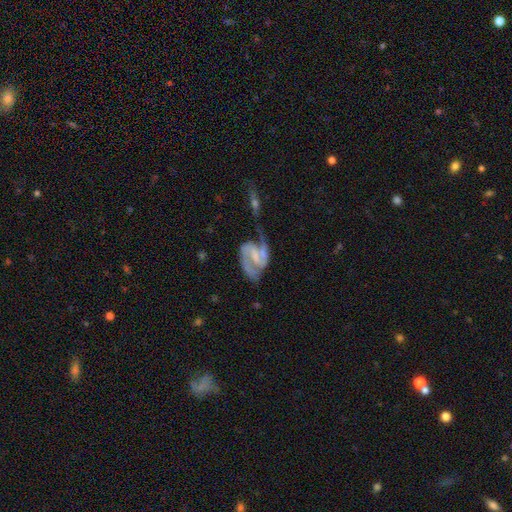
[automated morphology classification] Smooth or featured?
  - featured or disk: 86% *
  - smooth: 9%
  - star or artifact: 5%
Edge-on disk?
  - no: 98% *
  - yes: 2%
Bar?
  - weak: 44% *
  - strong: 37%
  - no: 19%
Spiral arms?
  - yes: 94% *
  - no: 6%
Spiral winding?
  - medium: 51% *
  - loose: 25%
  - tight: 24%
Spiral arm count?
  - 2: 86% *
  - 1: 6%
  - can't tell: 4%
  - 3: 2%
  - 4: 1%
  - more than 4: 1%
Bulge size?
  - none: 42% *
  - small: 34%
  - moderate: 19%
  - large: 4%
  - dominant: 1%
Merging?
  - none: 40% *
  - major disturbance: 27%
  - minor disturbance: 21%
  - merger: 12%